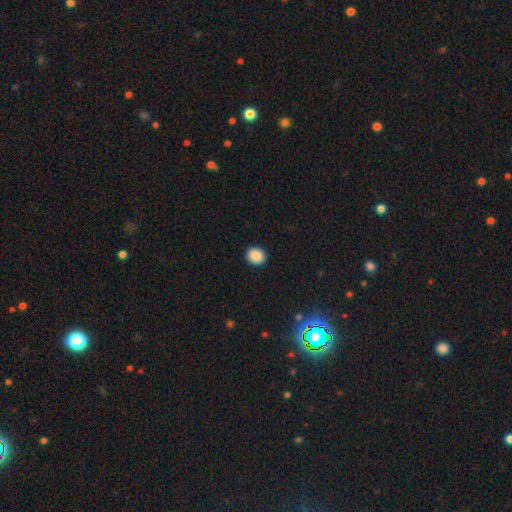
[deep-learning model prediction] Morphology: type=smooth (89%); roundness=round (66%); merging=none (92%).